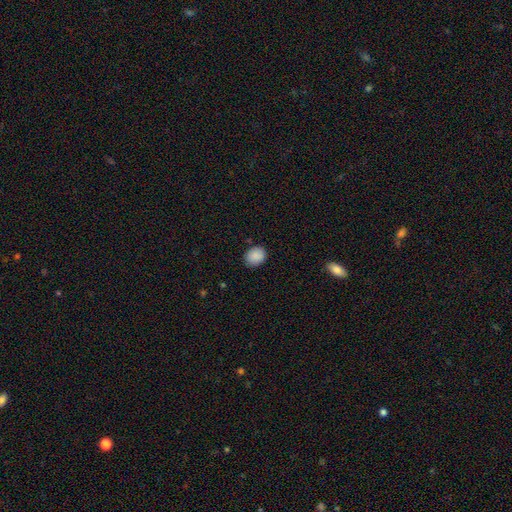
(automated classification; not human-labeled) The model was most divided on "how rounded": round: 54%, in between: 45%, cigar-shaped: 1%. More confident: smooth or featured — smooth (89%); merging — none (84%).